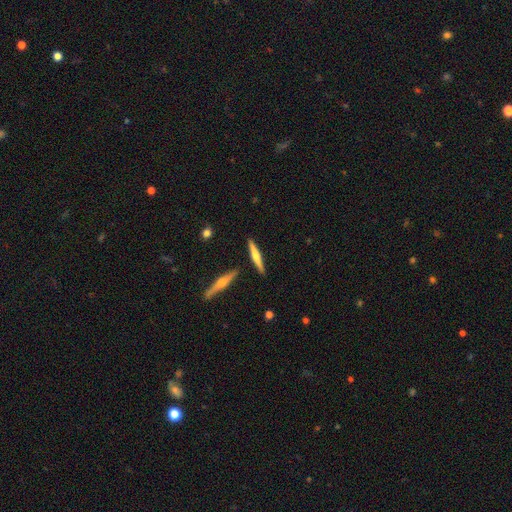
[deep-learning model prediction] Q: Smooth or featured?
A: featured or disk (61%); runner-up: smooth (34%)
Q: Edge-on disk?
A: yes (97%); runner-up: no (3%)
Q: Edge-on bulge?
A: rounded (86%); runner-up: none (8%)
Q: Merging?
A: none (85%); runner-up: minor disturbance (8%)